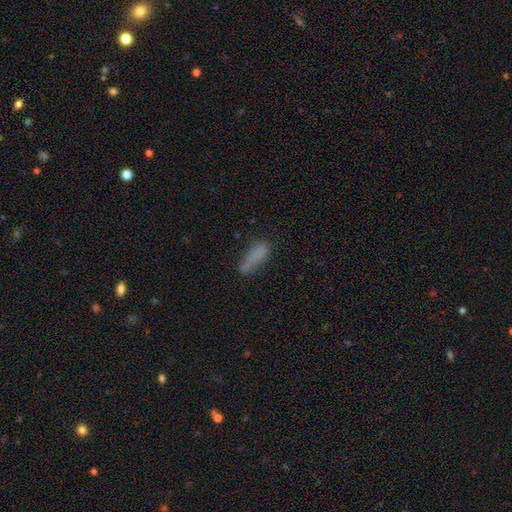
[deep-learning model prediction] Smooth or featured?
  - smooth: 75% *
  - featured or disk: 14%
  - star or artifact: 11%
How rounded?
  - cigar-shaped: 53% *
  - in between: 44%
  - round: 2%
Merging?
  - none: 56% *
  - minor disturbance: 25%
  - major disturbance: 12%
  - merger: 7%